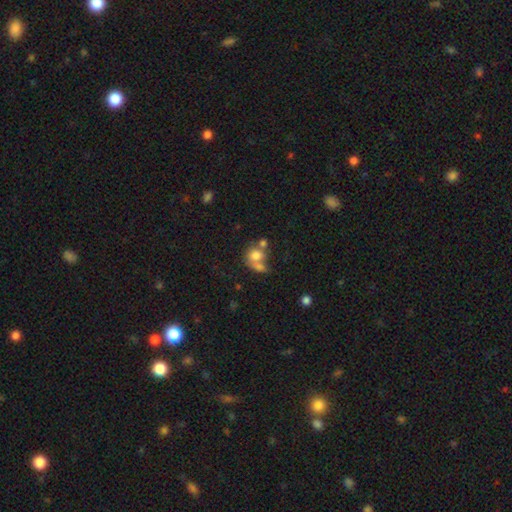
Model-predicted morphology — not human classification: type=smooth (73%); roundness=round (61%); merging=merger (49%).